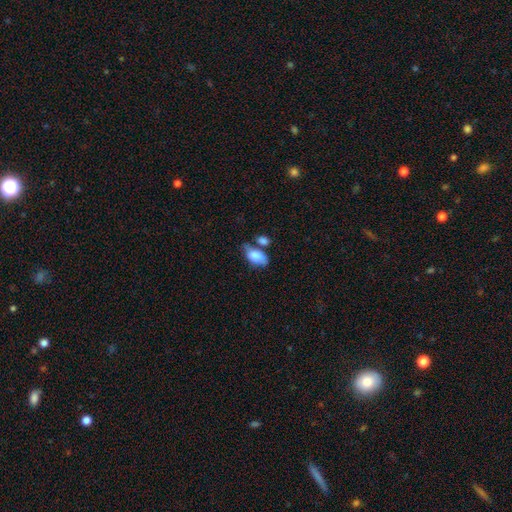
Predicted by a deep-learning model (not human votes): Smooth or featured? smooth (78%)
How rounded? in between (92%)
Merging? none (35%)